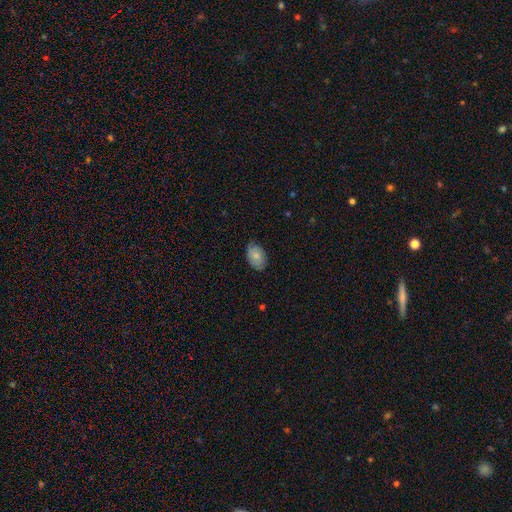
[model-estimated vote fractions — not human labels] smooth-or-featured: smooth: 69% | featured or disk: 24% | star or artifact: 7%
  how-rounded: in between: 87% | round: 12% | cigar-shaped: 1%
  merging: none: 73% | minor disturbance: 22% | major disturbance: 4% | merger: 1%